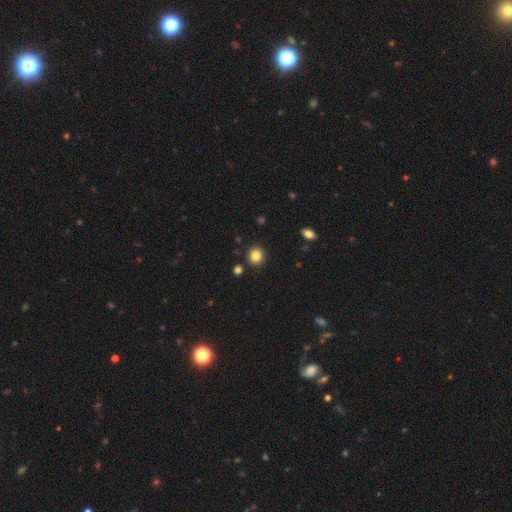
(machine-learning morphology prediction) type=smooth (85%); roundness=round (79%); merging=none (89%).